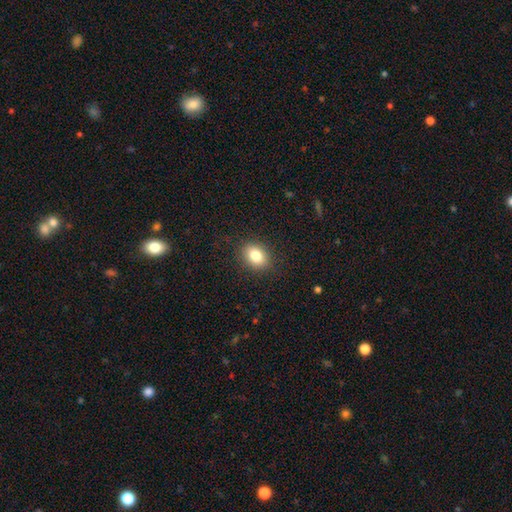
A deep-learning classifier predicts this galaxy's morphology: The model was most divided on "how rounded": in between: 60%, round: 39%, cigar-shaped: 1%. More confident: merging — none (88%); smooth or featured — smooth (82%).